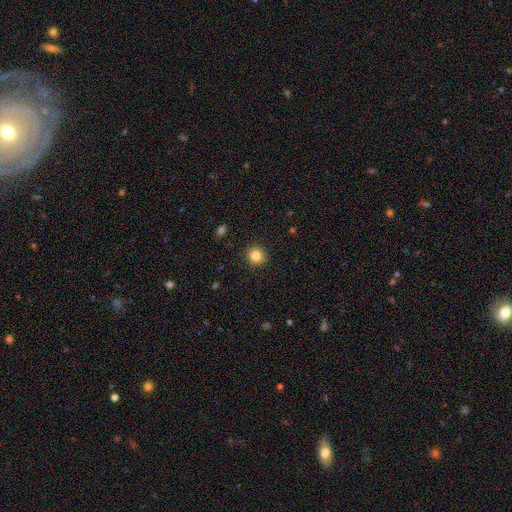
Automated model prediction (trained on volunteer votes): Smooth or featured? smooth (83%)
How rounded? round (94%)
Merging? none (92%)